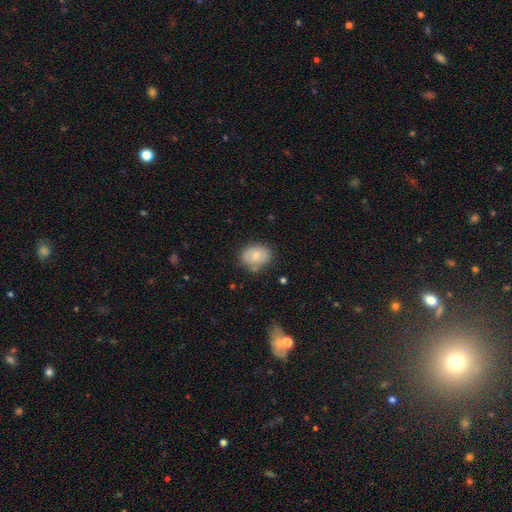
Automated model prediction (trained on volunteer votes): This appears to be a smooth galaxy with no disk features (71%) that is in between round and cigar-shaped (58%). Merging: none (74%).